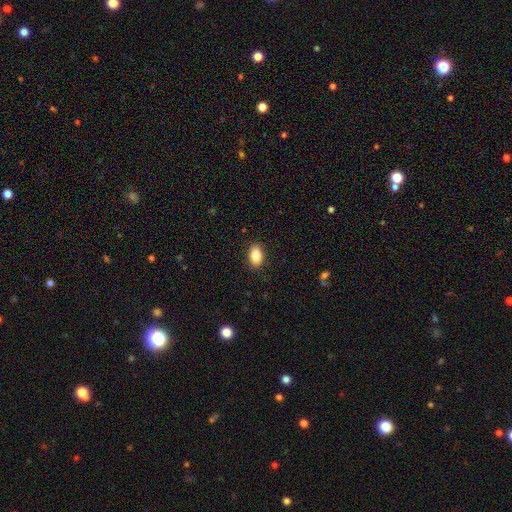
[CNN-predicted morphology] A smooth galaxy with no disk features (86%) that is in between round and cigar-shaped (89%). Merging: none (89%).